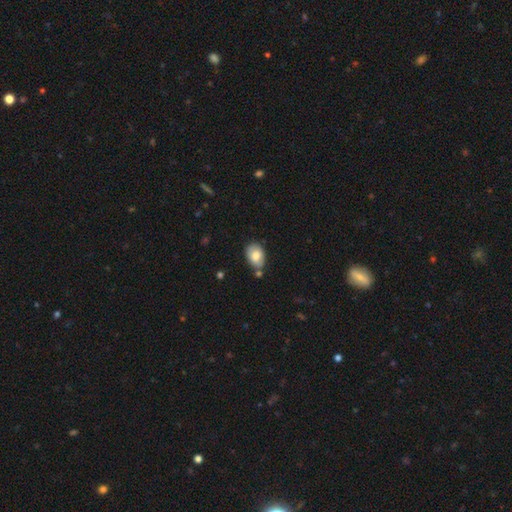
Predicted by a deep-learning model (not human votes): A smooth galaxy with no disk features (76%) that is in between round and cigar-shaped (82%). Merging: none (63%).